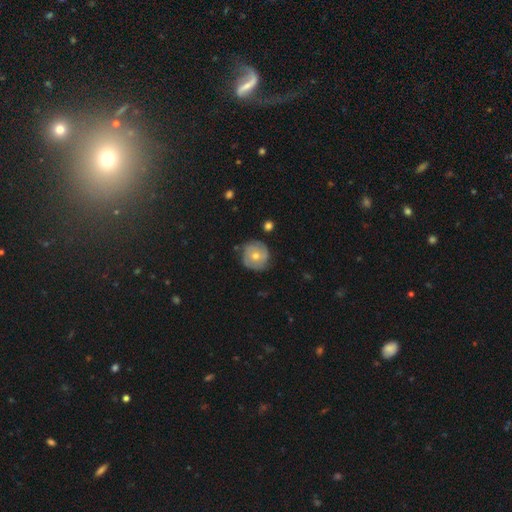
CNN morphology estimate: A smooth galaxy with no disk features (47%).

Vote fractions:
- Smooth or featured? smooth: 47% / featured or disk: 46% / star or artifact: 7%
- Merging? none: 76% / minor disturbance: 18% / major disturbance: 4% / merger: 2%